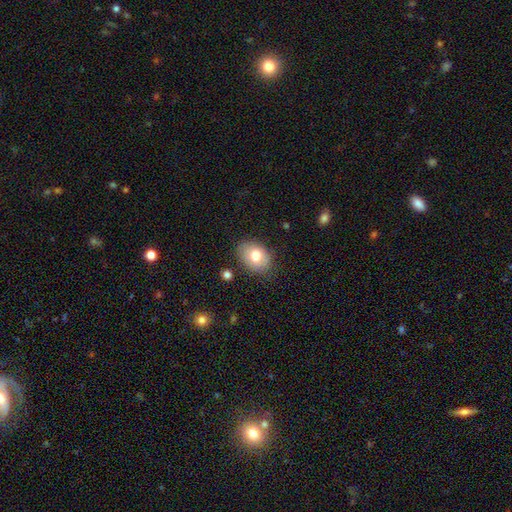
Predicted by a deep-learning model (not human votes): smooth-or-featured: smooth: 75% | featured or disk: 17% | star or artifact: 8%
  how-rounded: in between: 72% | round: 27% | cigar-shaped: 1%
  merging: none: 79% | minor disturbance: 16% | major disturbance: 4% | merger: 2%